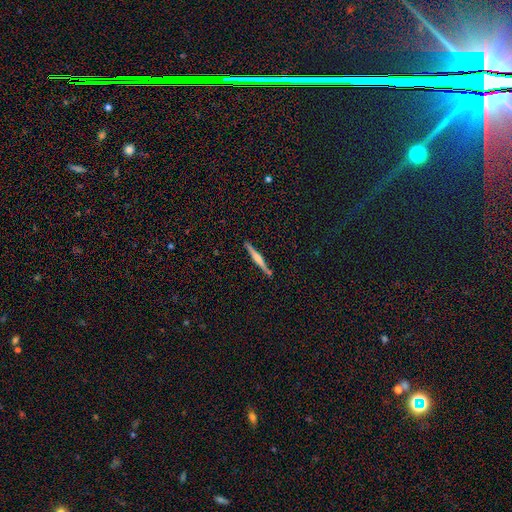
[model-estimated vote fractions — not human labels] Smooth or featured? Predicted: featured or disk (p=0.61). Edge-on disk? Predicted: yes (p=0.97). Edge-on bulge? Predicted: rounded (p=0.68). Merging? Predicted: none (p=0.91).